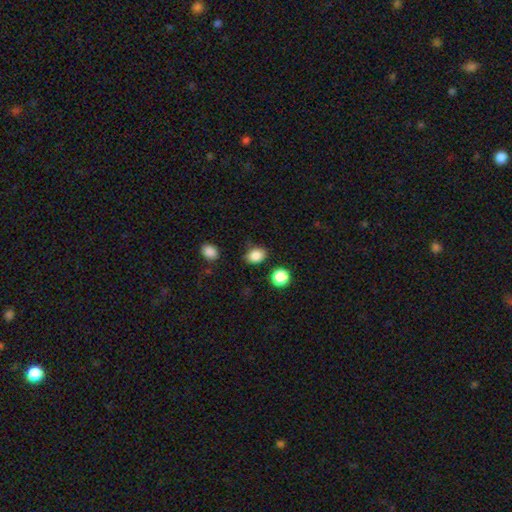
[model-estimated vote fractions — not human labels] This appears to be a smooth galaxy with no disk features (85%) that is in between round and cigar-shaped (68%). Merging: none (79%).